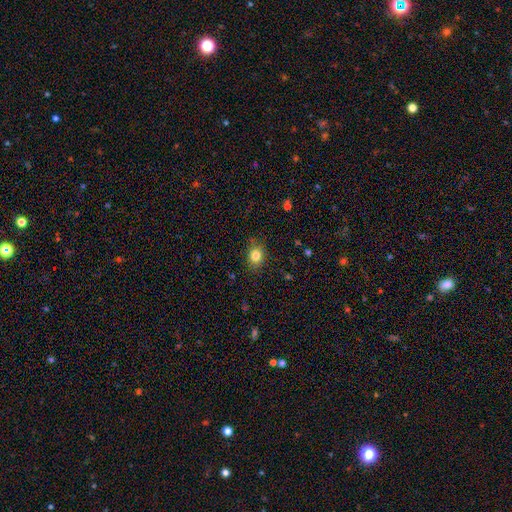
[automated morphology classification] Smooth or featured?
  - smooth: 83% *
  - star or artifact: 11%
  - featured or disk: 7%
How rounded?
  - round: 51% *
  - in between: 48%
  - cigar-shaped: 1%
Merging?
  - none: 82% *
  - minor disturbance: 14%
  - major disturbance: 3%
  - merger: 1%